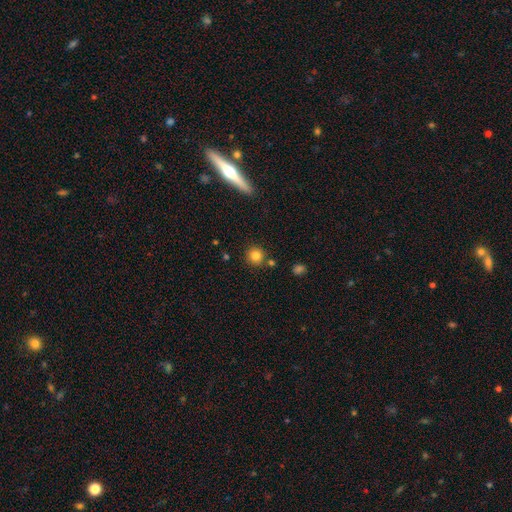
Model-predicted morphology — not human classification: Smooth or featured? Predicted: smooth (p=0.81). How rounded? Predicted: round (p=0.93). Merging? Predicted: none (p=0.83).